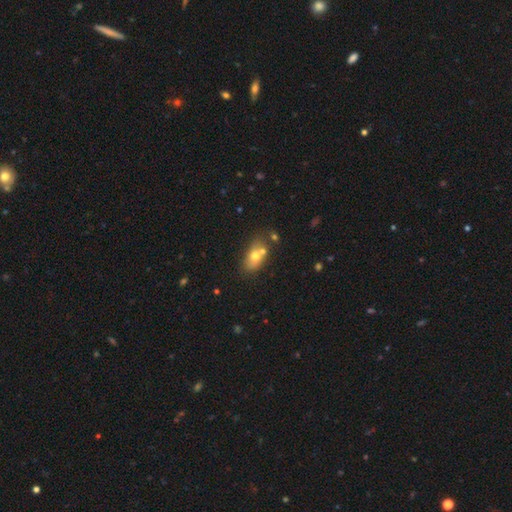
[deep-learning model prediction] Smooth or featured? smooth (66%)
How rounded? in between (80%)
Merging? none (50%)